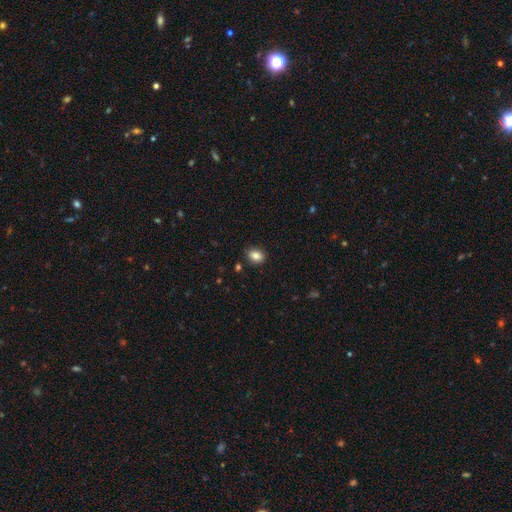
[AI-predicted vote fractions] smooth-or-featured: smooth: 85% | star or artifact: 10% | featured or disk: 5%
  how-rounded: in between: 59% | round: 40% | cigar-shaped: 1%
  merging: none: 87% | minor disturbance: 10% | major disturbance: 2% | merger: 2%